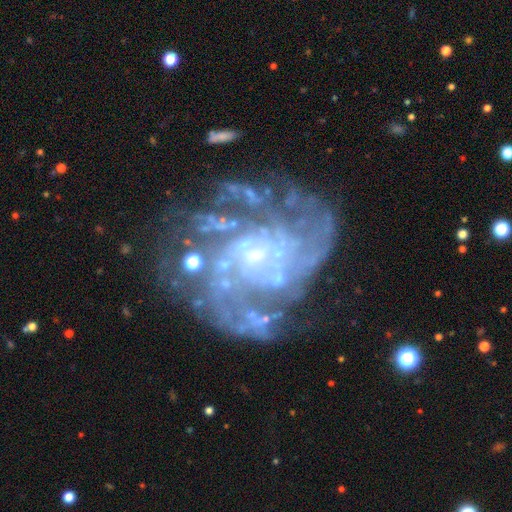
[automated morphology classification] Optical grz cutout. It shows a featured or disk galaxy (89%) with no bar (70%), tight (54%) spiral arms (96%) and a small central bulge (80%). Merging: none (63%).